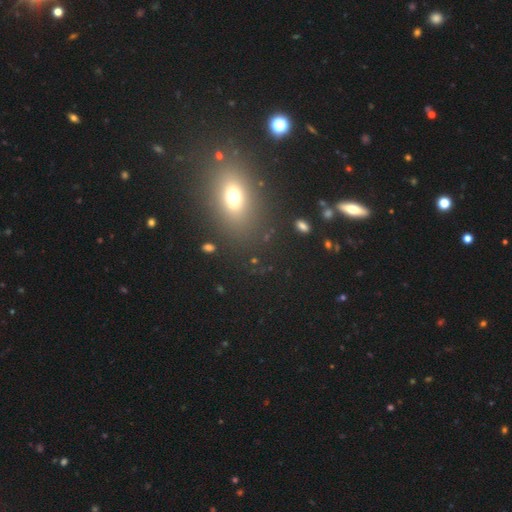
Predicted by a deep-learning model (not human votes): smooth 55%, star or artifact 31%, featured or disk 15%. Down the decision tree: how rounded — in between (71%); merging — none (84%).